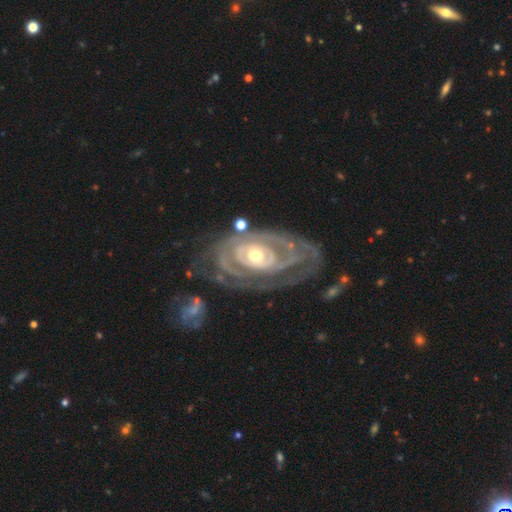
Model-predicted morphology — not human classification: Smooth or featured: featured or disk — 90% (smooth — 7%)
Edge-on disk: no — 96% (yes — 4%)
Bar: no — 75% (weak — 16%)
Spiral arms: yes — 88% (no — 12%)
Spiral winding: tight — 77% (medium — 17%)
Spiral arm count: can't tell — 31% (2 — 29%)
Bulge size: moderate — 67% (small — 25%)
Merging: none — 56% (minor disturbance — 20%)